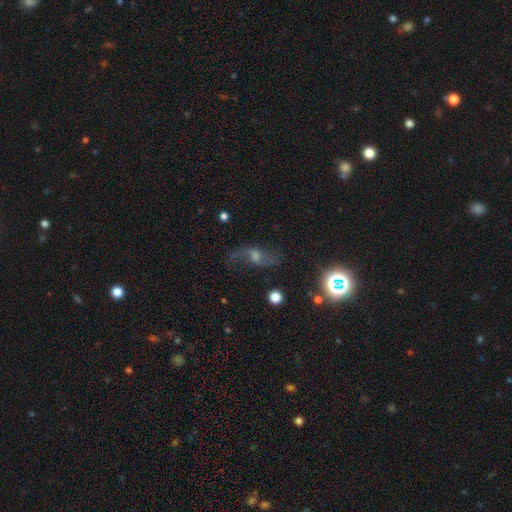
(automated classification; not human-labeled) featured or disk 70%, star or artifact 15%, smooth 15%. Down the decision tree: edge-on disk — no (92%); bar — no (49%); spiral arms — yes (92%); spiral arm count — 2 (88%); spiral winding — loose (85%); bulge size — moderate (43%); merging — none (69%).